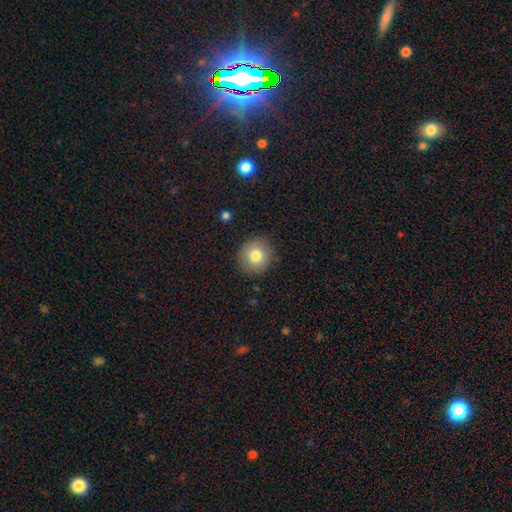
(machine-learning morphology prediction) Q: Smooth or featured?
A: smooth (79%); runner-up: featured or disk (11%)
Q: How rounded?
A: round (91%); runner-up: in between (8%)
Q: Merging?
A: none (89%); runner-up: minor disturbance (7%)